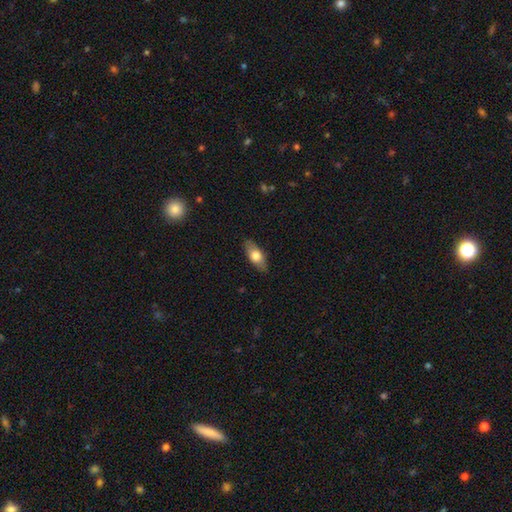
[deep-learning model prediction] Overall: smooth (70%). How rounded: in between (81%). Merging: none (86%).